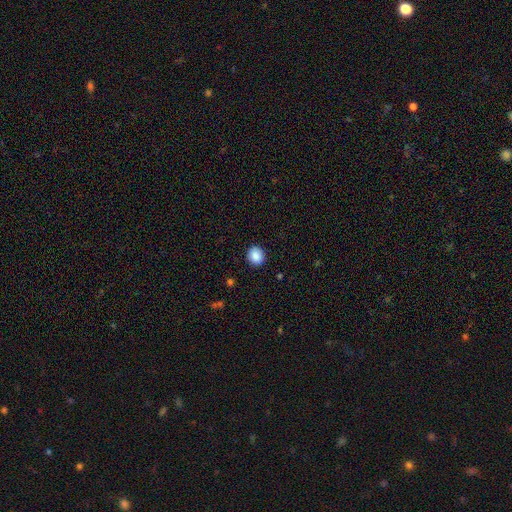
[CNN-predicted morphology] smooth-or-featured: smooth: 88% | star or artifact: 8% | featured or disk: 4%
  how-rounded: round: 81% | in between: 18% | cigar-shaped: 1%
  merging: none: 90% | minor disturbance: 7% | major disturbance: 2% | merger: 1%